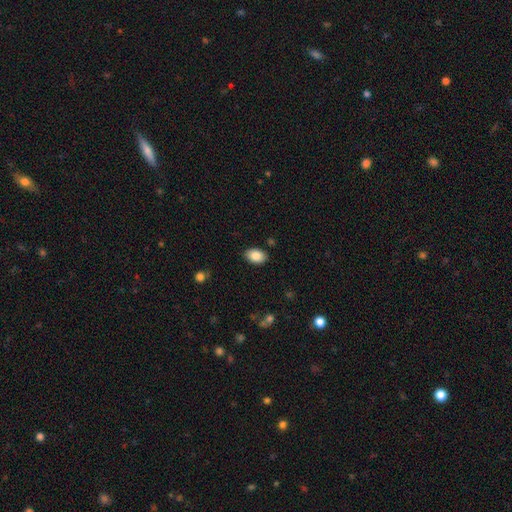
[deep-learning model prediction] Smooth or featured? smooth (85%)
How rounded? in between (87%)
Merging? none (87%)